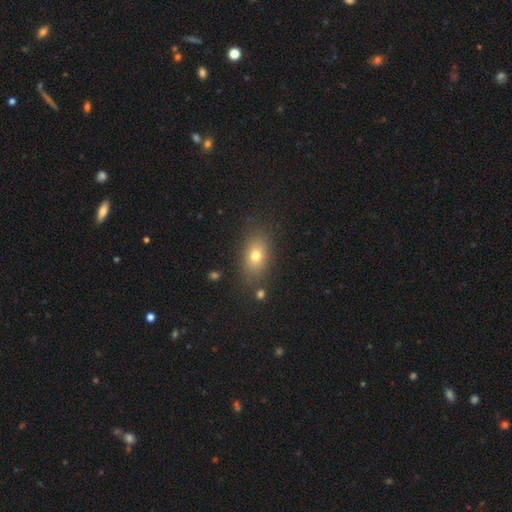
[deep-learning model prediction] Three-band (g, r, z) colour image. It shows a smooth galaxy with no disk features (74%) that is in between round and cigar-shaped (78%). Merging: none (80%).